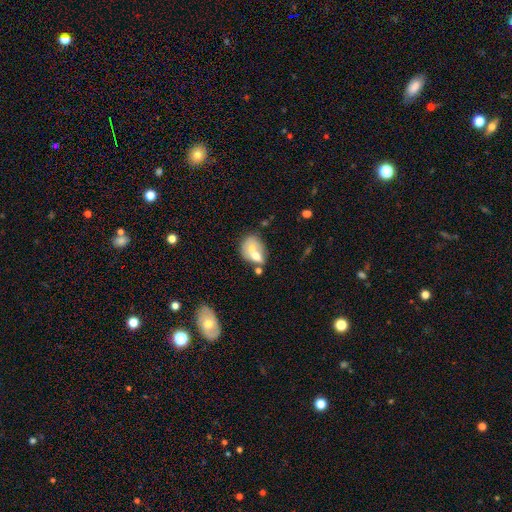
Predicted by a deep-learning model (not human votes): Smooth or featured? smooth (54%)
How rounded? in between (66%)
Merging? merger (55%)